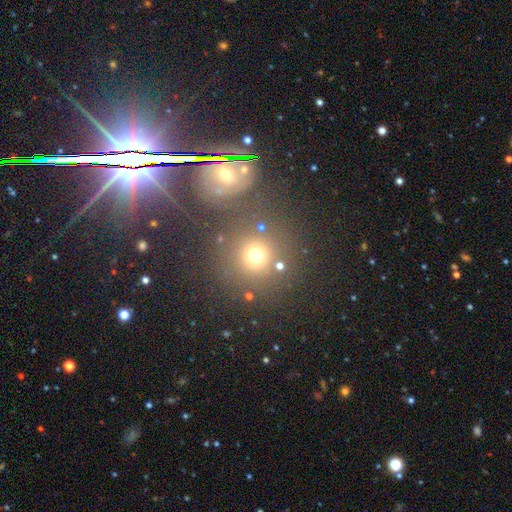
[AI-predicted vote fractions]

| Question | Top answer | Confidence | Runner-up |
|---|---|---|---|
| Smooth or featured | smooth | 69% | star or artifact (21%) |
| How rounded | round | 91% | in between (8%) |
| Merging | none | 71% | merger (14%) |